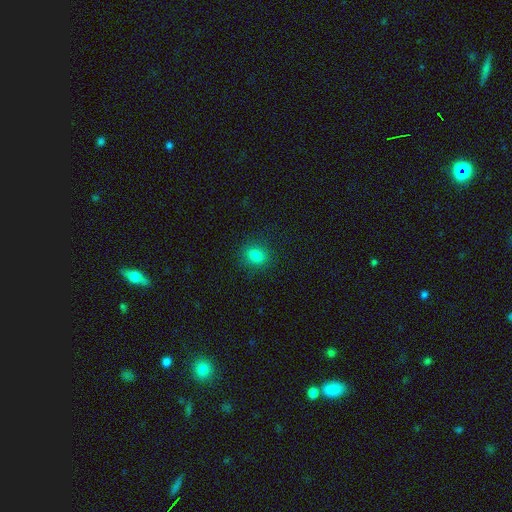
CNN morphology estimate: Smooth or featured? Predicted: smooth (p=0.82). How rounded? Predicted: round (p=0.56). Merging? Predicted: none (p=0.86).